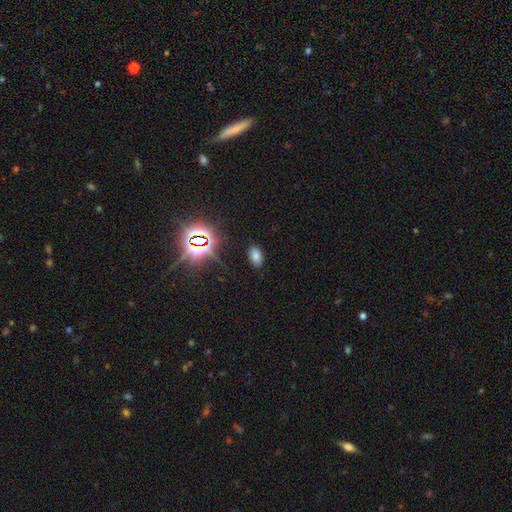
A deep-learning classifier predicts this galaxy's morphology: This appears to be a smooth galaxy with no disk features (66%) that is in between round and cigar-shaped (92%). Merging: none (87%).